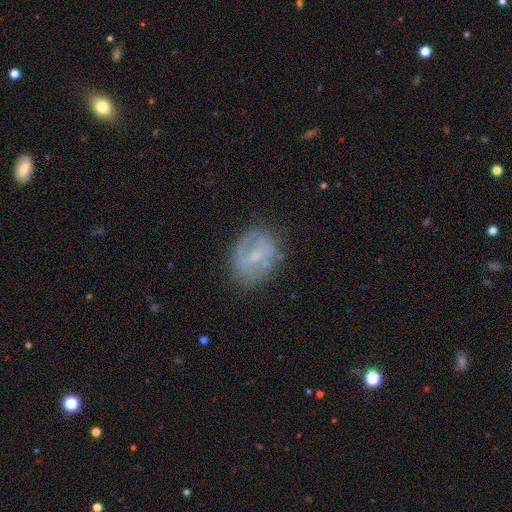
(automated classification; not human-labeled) smooth-or-featured: featured or disk: 61% | smooth: 30% | star or artifact: 9%
  disk-edge-on: no: 96% | yes: 4%
    bar: weak: 48% | no: 26% | strong: 26%
    has-spiral-arms: yes: 56% | no: 44%
    bulge-size: small: 58% | moderate: 23% | none: 17% | large: 2% | dominant: 1%
  merging: none: 66% | minor disturbance: 21% | major disturbance: 10% | merger: 3%